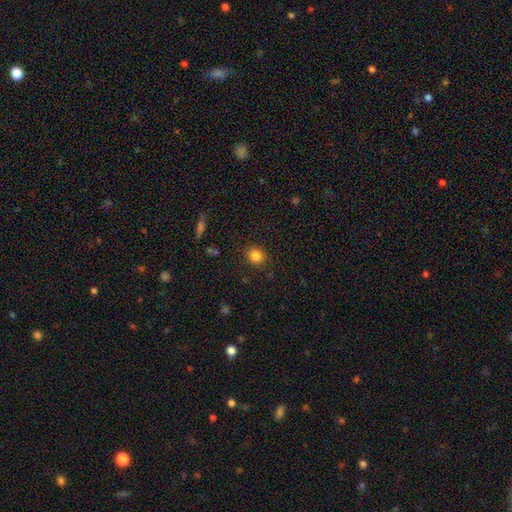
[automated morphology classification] Q: Smooth or featured?
A: smooth (84%); runner-up: star or artifact (11%)
Q: How rounded?
A: round (77%); runner-up: in between (22%)
Q: Merging?
A: none (88%); runner-up: minor disturbance (8%)